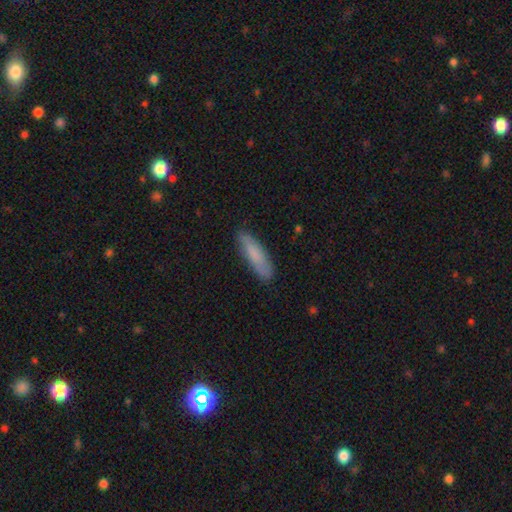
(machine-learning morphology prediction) Smooth or featured? Predicted: smooth (p=0.80). How rounded? Predicted: cigar-shaped (p=0.65). Merging? Predicted: none (p=0.83).